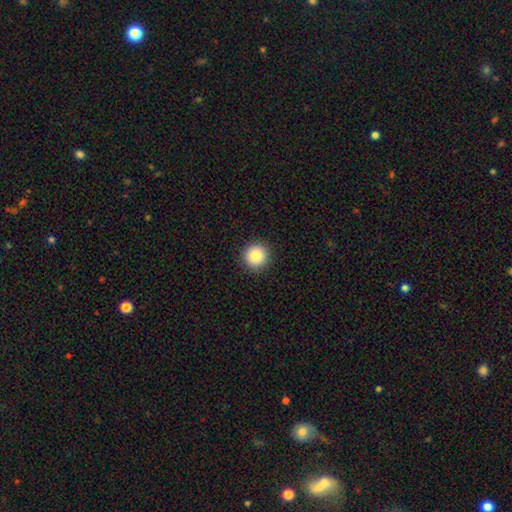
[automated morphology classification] This appears to be a smooth galaxy with no disk features (86%) that is round (95%). Merging: none (93%).